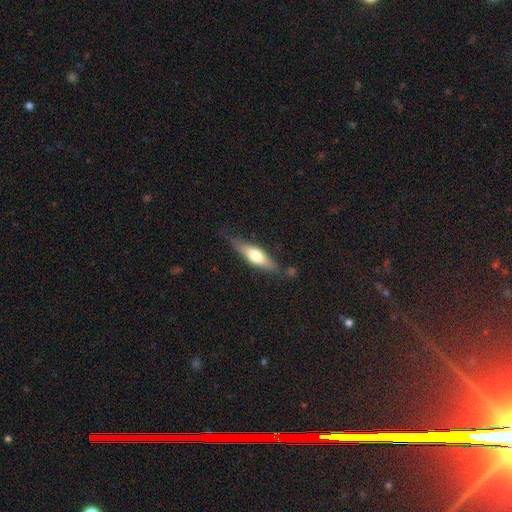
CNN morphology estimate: smooth_or_featured: smooth (p=0.54) [alt: featured or disk p=0.40]
how_rounded: cigar-shaped (p=0.59) [alt: in between p=0.39]
merging: none (p=0.73) [alt: minor disturbance p=0.19]